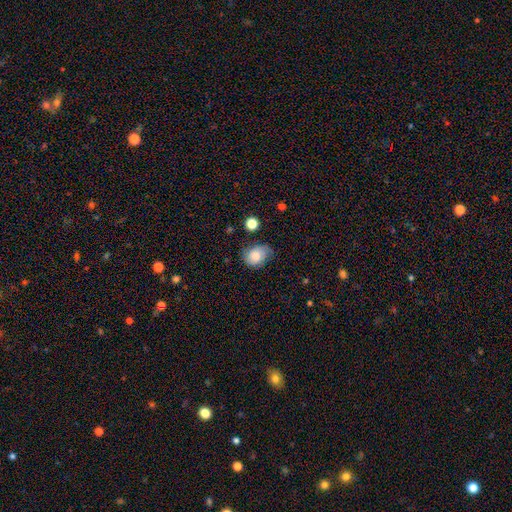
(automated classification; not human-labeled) smooth_or_featured: smooth (p=0.70) [alt: featured or disk p=0.21]
how_rounded: in between (p=0.59) [alt: round p=0.41]
merging: none (p=0.53) [alt: minor disturbance p=0.35]